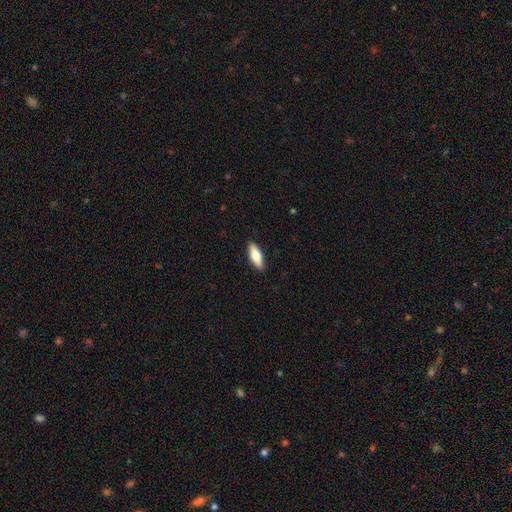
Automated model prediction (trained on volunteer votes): Smooth or featured: smooth — 66% (featured or disk — 28%)
How rounded: in between — 63% (cigar-shaped — 35%)
Merging: none — 90% (minor disturbance — 8%)